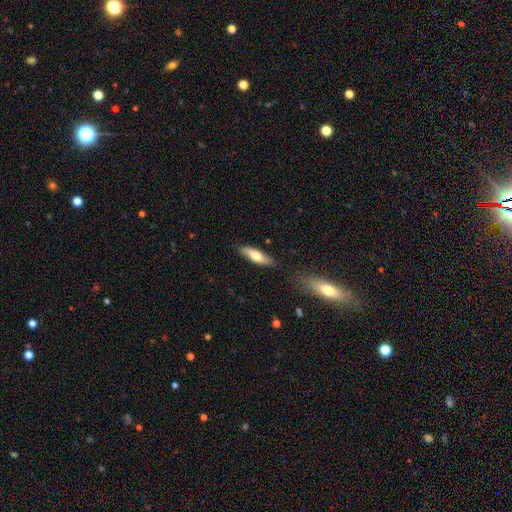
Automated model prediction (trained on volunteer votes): smooth_or_featured: smooth (p=0.64) [alt: featured or disk p=0.30]
how_rounded: cigar-shaped (p=0.55) [alt: in between p=0.43]
merging: none (p=0.82) [alt: minor disturbance p=0.13]